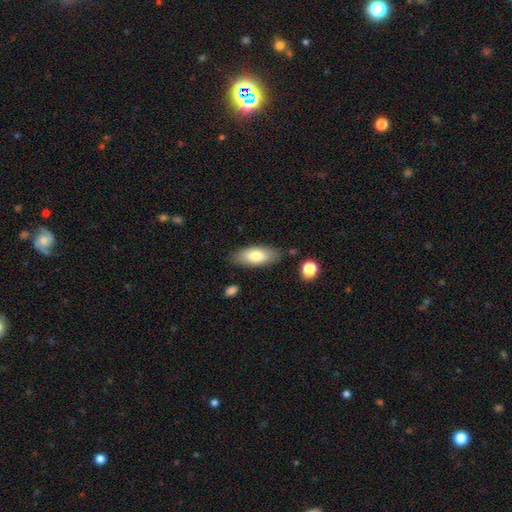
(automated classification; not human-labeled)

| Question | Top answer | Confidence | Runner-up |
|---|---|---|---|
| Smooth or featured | smooth | 78% | featured or disk (15%) |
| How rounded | in between | 81% | cigar-shaped (16%) |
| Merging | none | 83% | minor disturbance (12%) |